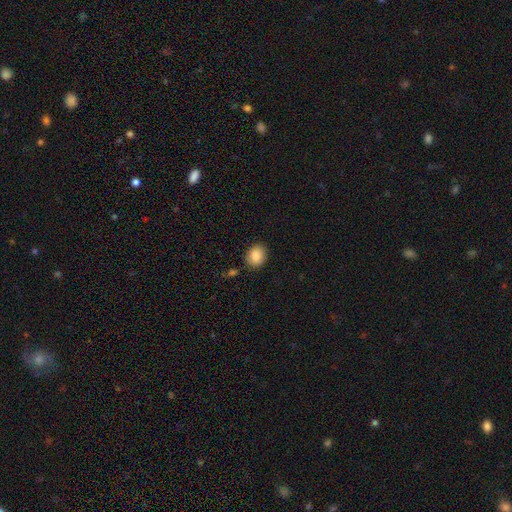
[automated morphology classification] Smooth or featured? smooth (86%)
How rounded? round (54%)
Merging? none (84%)